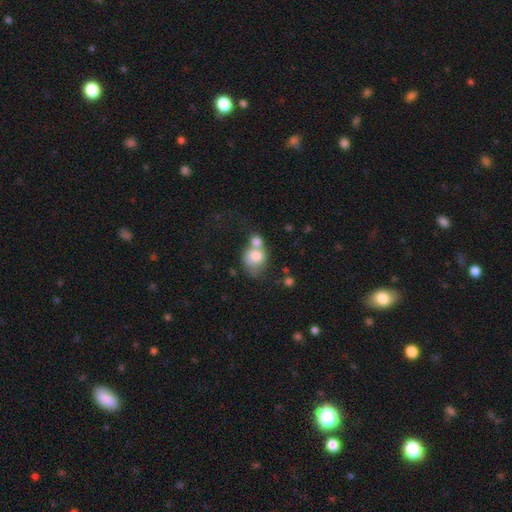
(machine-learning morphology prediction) Smooth or featured? smooth (74%)
How rounded? round (68%)
Merging? merger (59%)